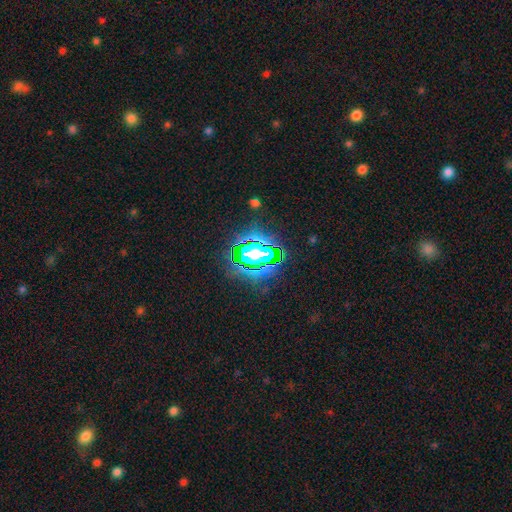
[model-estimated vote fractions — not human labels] A star or artifact, not a galaxy (80%).

Vote fractions:
- Smooth or featured? star or artifact: 80% / smooth: 13% / featured or disk: 7%